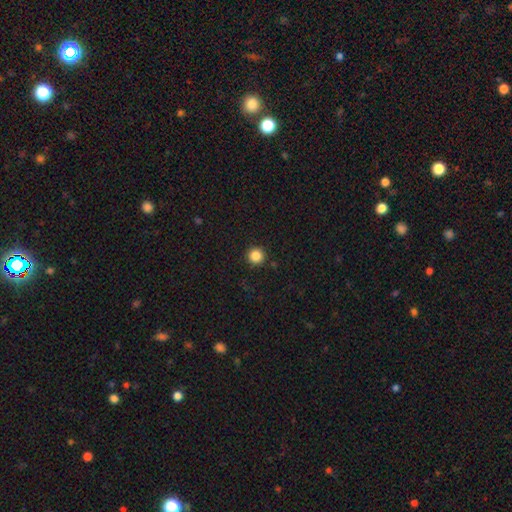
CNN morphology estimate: smooth 85%, star or artifact 11%, featured or disk 3%. Down the decision tree: how rounded — round (96%); merging — none (92%).